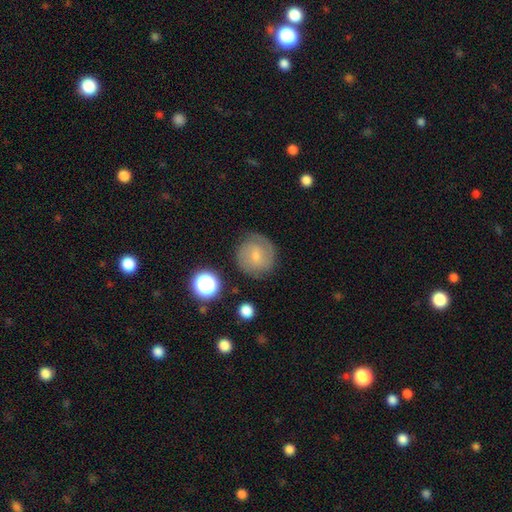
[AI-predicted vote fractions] featured or disk 46%, smooth 44%, star or artifact 10%. Down the decision tree: merging — none (79%).